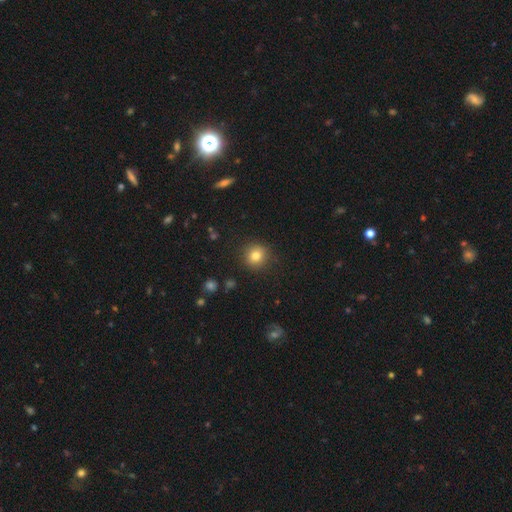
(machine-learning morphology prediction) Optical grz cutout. It shows a smooth galaxy with no disk features (81%) that is round (90%). Merging: none (90%).